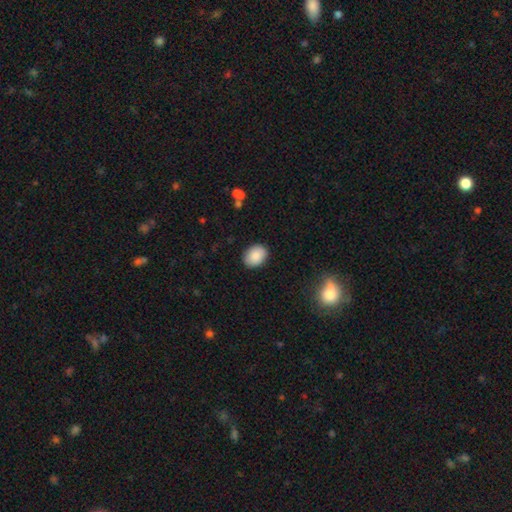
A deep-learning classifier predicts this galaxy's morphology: A smooth galaxy with no disk features (88%) that is in between round and cigar-shaped (72%). Merging: none (89%).